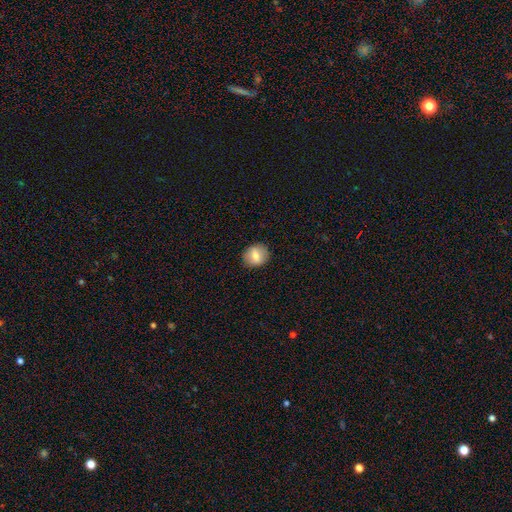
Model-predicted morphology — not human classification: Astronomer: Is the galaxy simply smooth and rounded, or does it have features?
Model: smooth — 68%.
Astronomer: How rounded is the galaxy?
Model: round — 73%.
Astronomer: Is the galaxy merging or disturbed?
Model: none — 89%.